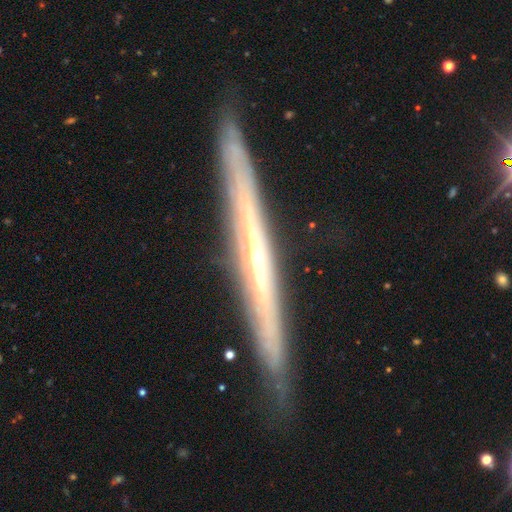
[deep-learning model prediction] Smooth or featured? featured or disk (82%)
Edge-on disk? yes (95%)
Edge-on bulge? rounded (50%)
Merging? none (88%)